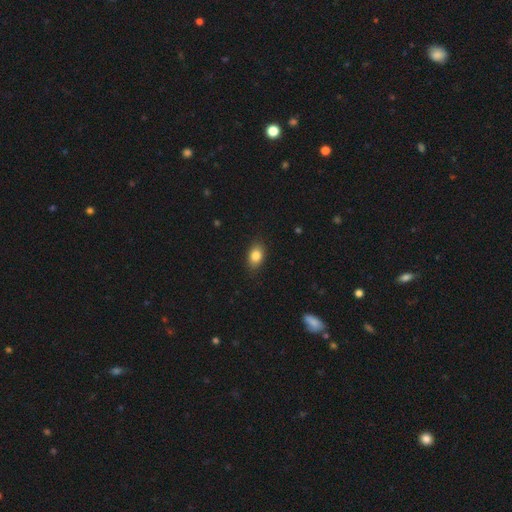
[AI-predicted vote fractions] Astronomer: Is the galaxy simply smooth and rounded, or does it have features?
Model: smooth — 83%.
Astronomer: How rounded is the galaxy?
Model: in between — 81%.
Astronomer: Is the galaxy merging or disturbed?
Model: none — 86%.